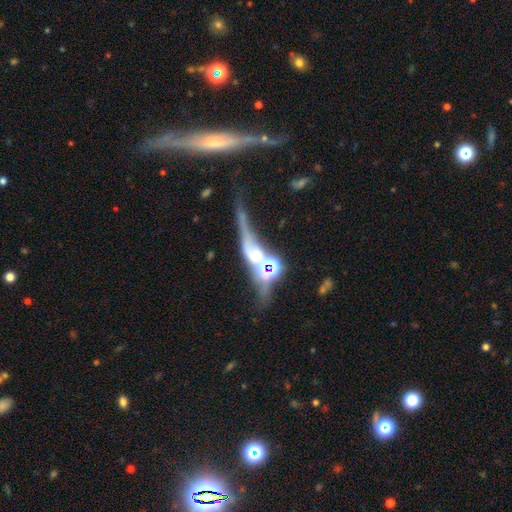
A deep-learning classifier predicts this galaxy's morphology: This appears to be a featured or disk galaxy (58%) viewed edge-on (60%). Merging: none (34%).